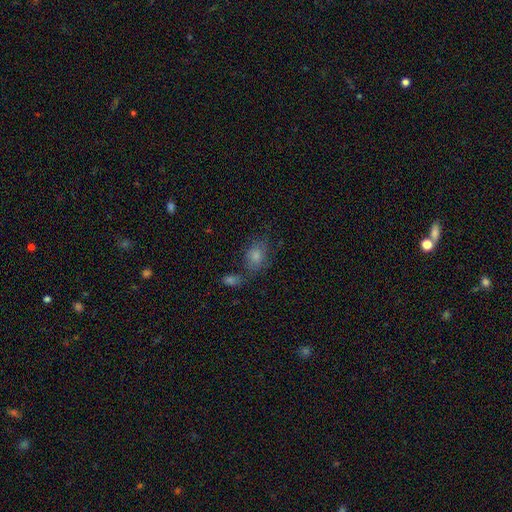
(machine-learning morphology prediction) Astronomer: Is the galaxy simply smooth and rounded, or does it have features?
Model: smooth — 57%.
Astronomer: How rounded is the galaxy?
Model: in between — 62%.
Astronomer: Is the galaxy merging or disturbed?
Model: none — 58%.